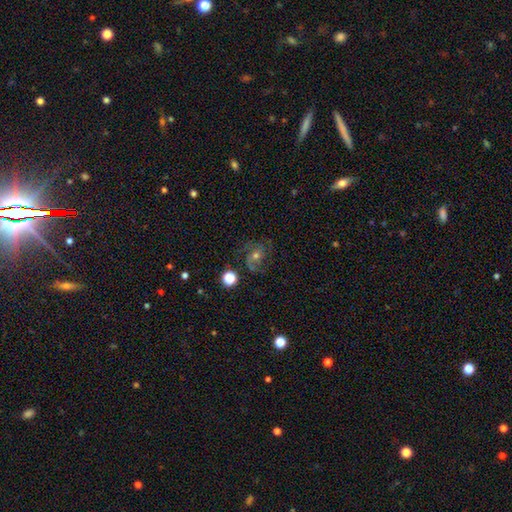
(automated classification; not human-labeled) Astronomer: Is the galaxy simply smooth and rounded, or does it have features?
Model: featured or disk — 65%.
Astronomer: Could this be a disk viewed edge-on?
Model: no — 97%.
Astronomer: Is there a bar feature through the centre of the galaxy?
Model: no — 68%.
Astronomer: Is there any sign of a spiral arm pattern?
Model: yes — 90%.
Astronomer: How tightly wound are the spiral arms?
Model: medium — 48% (runner-up: loose, 30%).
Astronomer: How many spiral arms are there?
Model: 2 — 62%.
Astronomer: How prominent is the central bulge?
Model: moderate — 59% (runner-up: small, 34%).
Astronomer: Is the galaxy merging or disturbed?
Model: none — 64%.